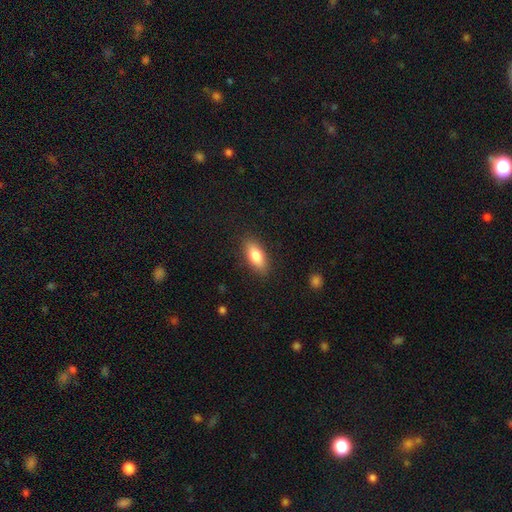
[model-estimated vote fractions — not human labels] Smooth or featured? smooth (80%)
How rounded? in between (79%)
Merging? none (87%)